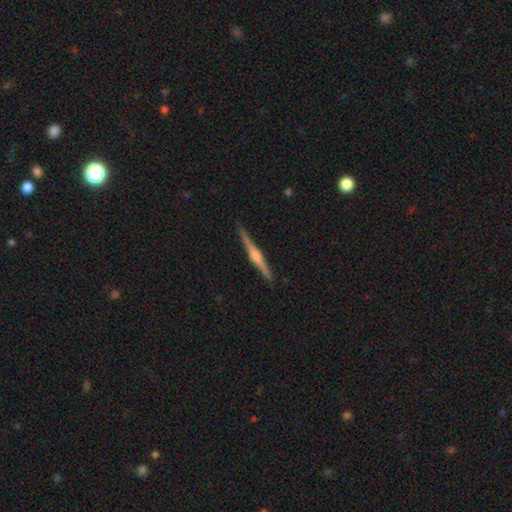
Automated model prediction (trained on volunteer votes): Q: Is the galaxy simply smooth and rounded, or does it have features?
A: featured or disk — 80%.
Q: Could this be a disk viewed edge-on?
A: yes — 98%.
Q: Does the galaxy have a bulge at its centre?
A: rounded — 84%.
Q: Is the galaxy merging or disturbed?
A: none — 91%.